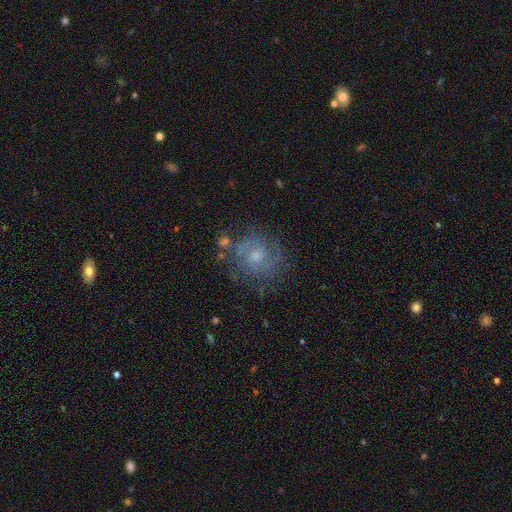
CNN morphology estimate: Smooth or featured? featured or disk (72%)
Edge-on disk? no (98%)
Bar? no (62%)
Spiral arms? yes (91%)
Spiral winding? tight (54%)
Spiral arm count? 2 (55%)
Bulge size? moderate (49%)
Merging? none (74%)